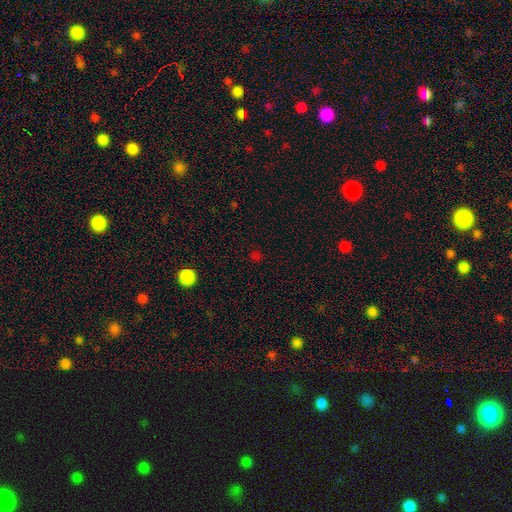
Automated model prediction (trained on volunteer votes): Overall: smooth (50%; star or artifact 44%). How rounded: round (86%). Merging: none (84%).